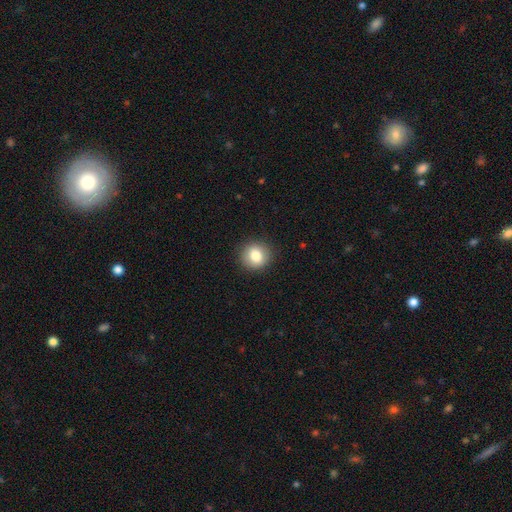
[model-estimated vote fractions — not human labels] smooth 82%, star or artifact 9%, featured or disk 9%. Down the decision tree: how rounded — round (86%); merging — none (89%).